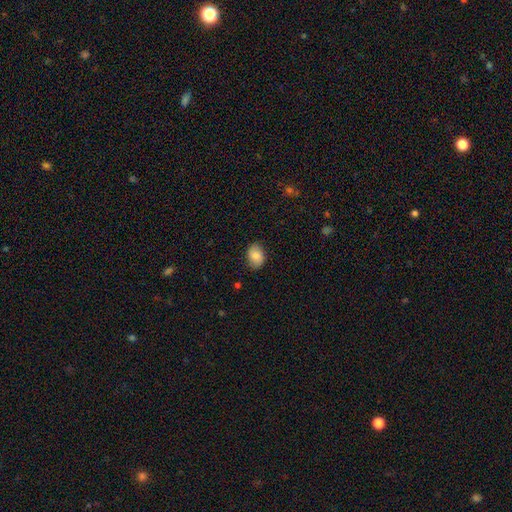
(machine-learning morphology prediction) Smooth or featured? Predicted: smooth (p=0.82). How rounded? Predicted: in between (p=0.76). Merging? Predicted: none (p=0.83).